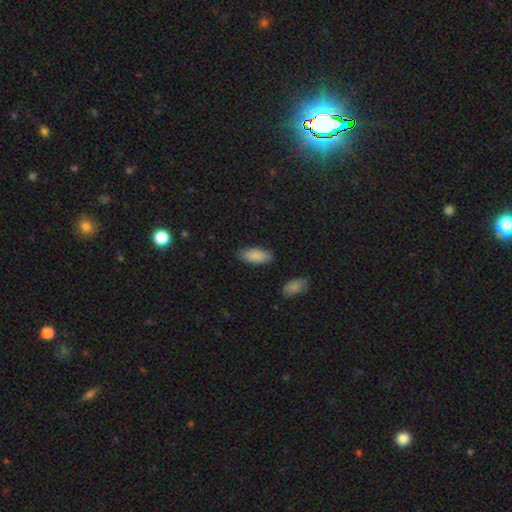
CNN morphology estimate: This is clearly a smooth galaxy (87%). How rounded: clearly in between (87%). Merging: clearly none (85%).